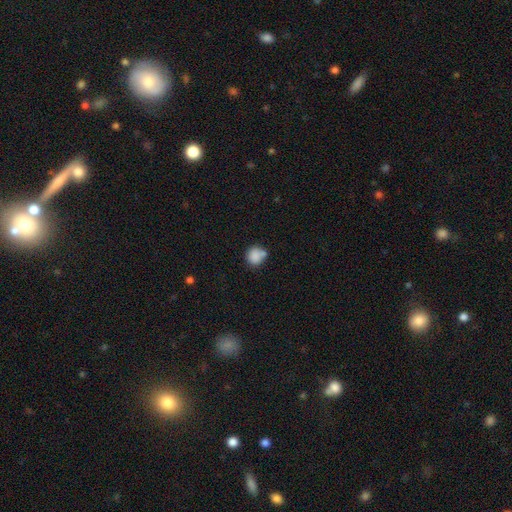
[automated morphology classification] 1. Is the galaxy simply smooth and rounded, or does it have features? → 85% smooth, 9% star or artifact, 6% featured or disk.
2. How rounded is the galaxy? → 86% round, 13% in between, 1% cigar-shaped.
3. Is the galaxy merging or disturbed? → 57% none, 21% merger, 17% minor disturbance, 5% major disturbance.